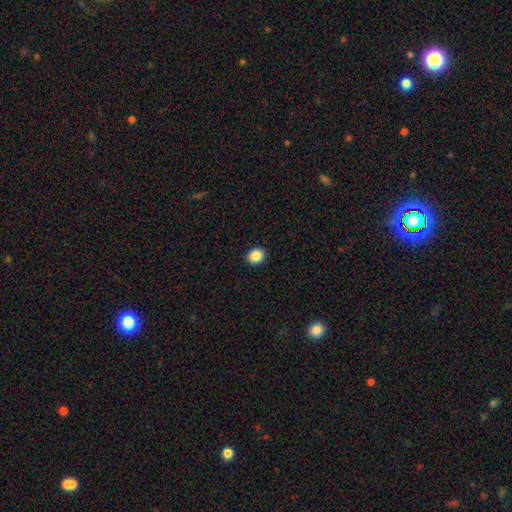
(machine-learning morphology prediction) Smooth or featured? Predicted: smooth (p=0.87). How rounded? Predicted: round (p=0.70). Merging? Predicted: none (p=0.92).